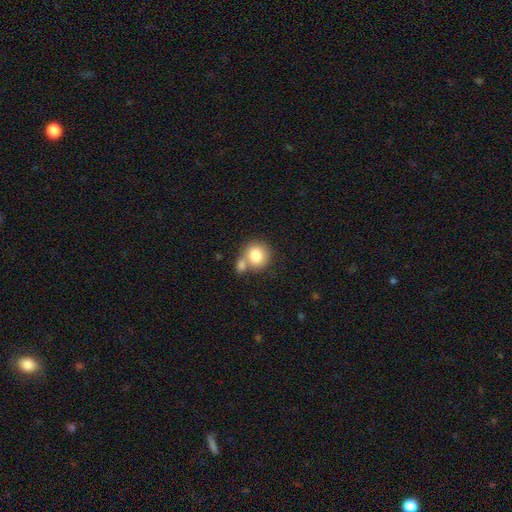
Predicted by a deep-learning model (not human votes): Smooth or featured? smooth (81%)
How rounded? round (81%)
Merging? merger (43%)